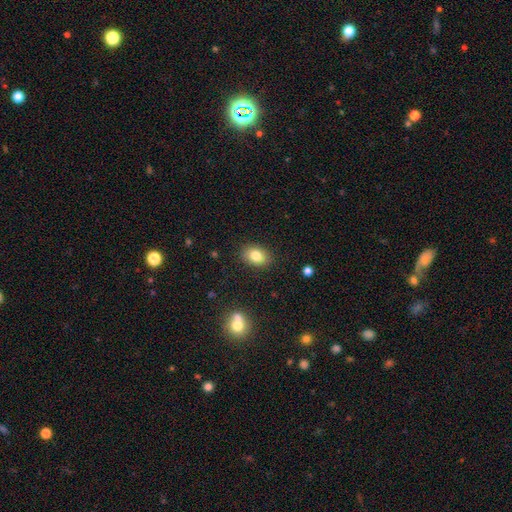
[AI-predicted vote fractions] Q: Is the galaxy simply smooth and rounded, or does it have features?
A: smooth — 81%.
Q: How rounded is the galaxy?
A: in between — 75%.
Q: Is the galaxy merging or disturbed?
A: none — 87%.